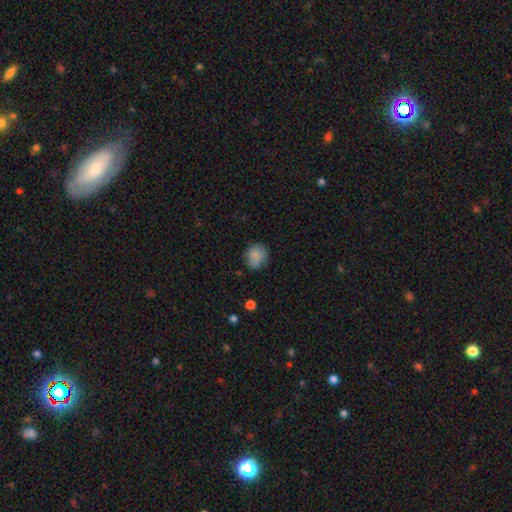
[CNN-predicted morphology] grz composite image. It shows a smooth galaxy with no disk features (81%) that is round (71%). Merging: none (68%).